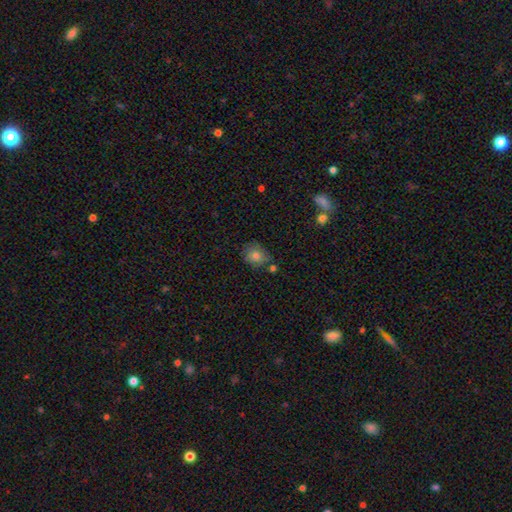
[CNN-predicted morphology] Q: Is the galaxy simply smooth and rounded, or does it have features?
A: smooth — 78%.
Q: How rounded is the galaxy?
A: round — 61%.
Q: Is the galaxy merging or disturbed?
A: none — 65%.